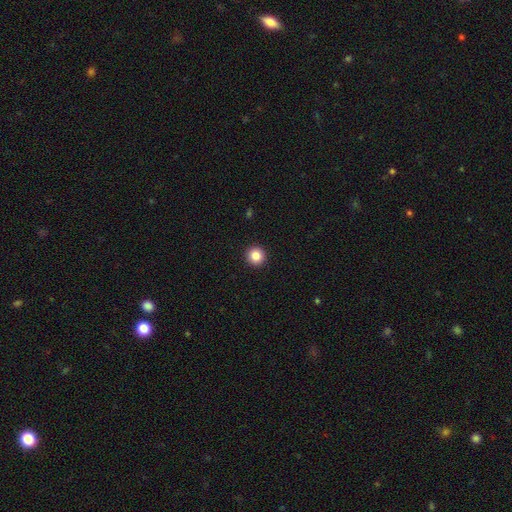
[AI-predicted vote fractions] smooth-or-featured: smooth: 85% | star or artifact: 10% | featured or disk: 5%
  how-rounded: round: 96% | in between: 3% | cigar-shaped: 1%
  merging: none: 94% | minor disturbance: 4% | major disturbance: 1% | merger: 1%